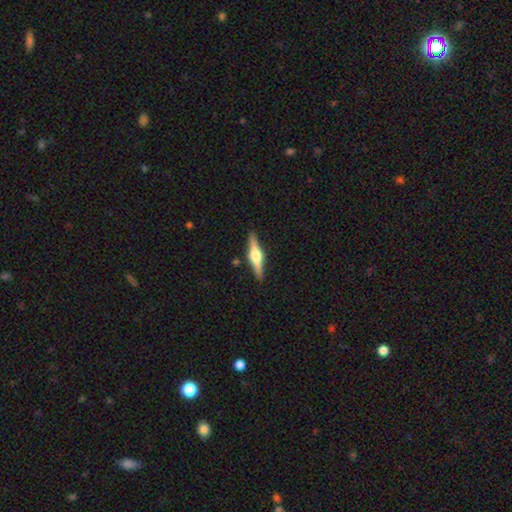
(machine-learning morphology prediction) This is likely a featured or disk galaxy (75%). It is clearly viewed edge-on (98%). Edge-on bulge: clearly rounded (94%). Merging: clearly none (91%).